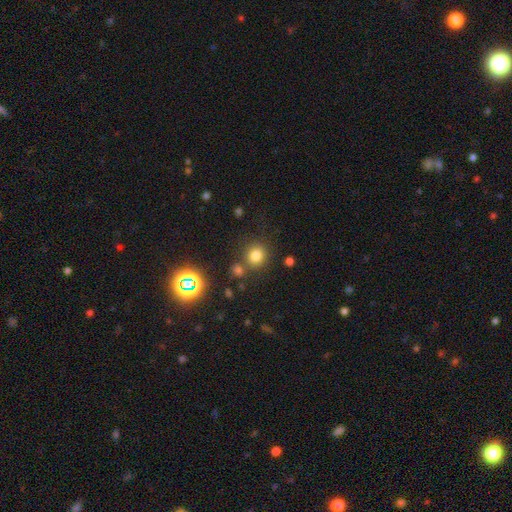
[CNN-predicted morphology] Smooth or featured: smooth — 75% (star or artifact — 18%)
How rounded: round — 85% (in between — 14%)
Merging: none — 76% (merger — 11%)